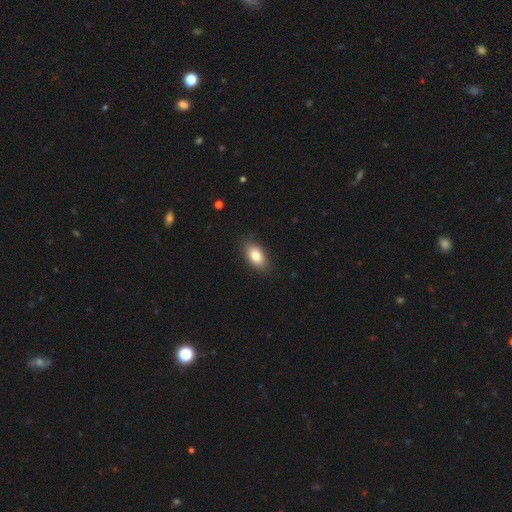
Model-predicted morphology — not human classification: A smooth galaxy with no disk features (82%) that is in between round and cigar-shaped (91%). Merging: none (85%).